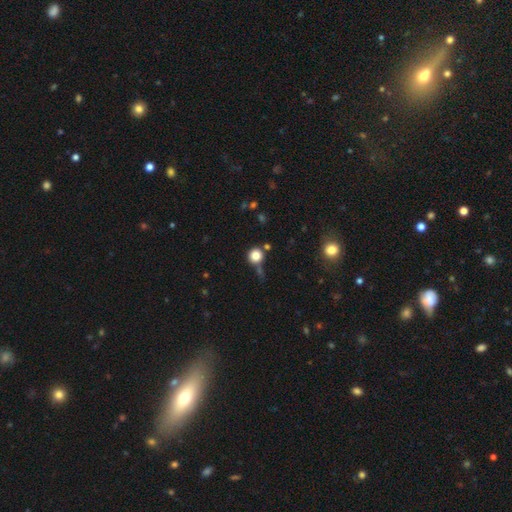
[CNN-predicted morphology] Smooth or featured? smooth (81%)
How rounded? round (93%)
Merging? none (71%)